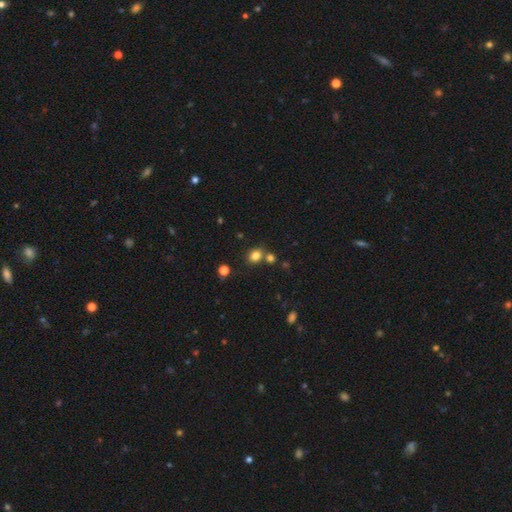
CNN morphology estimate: type=smooth (80%); roundness=round (52%); merging=none (68%).